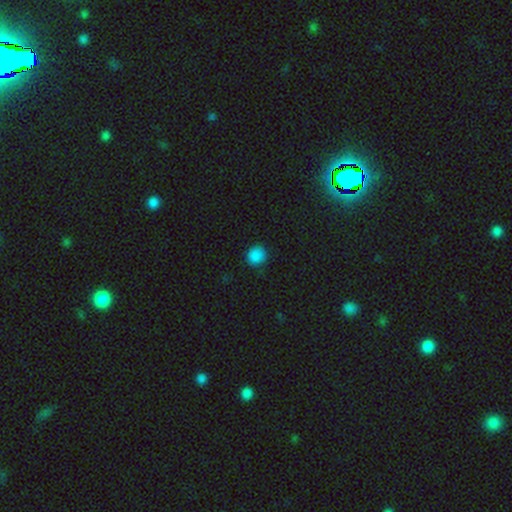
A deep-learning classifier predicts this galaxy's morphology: Overall: smooth (86%). How rounded: round (88%). Merging: none (86%).